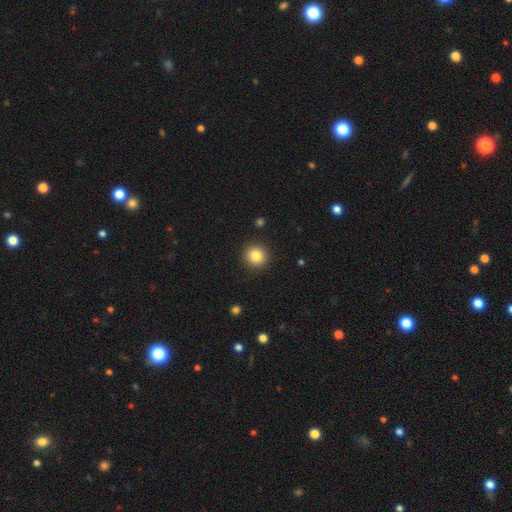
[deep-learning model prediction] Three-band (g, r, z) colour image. It shows a smooth galaxy with no disk features (84%) that is round (93%). Merging: none (91%).